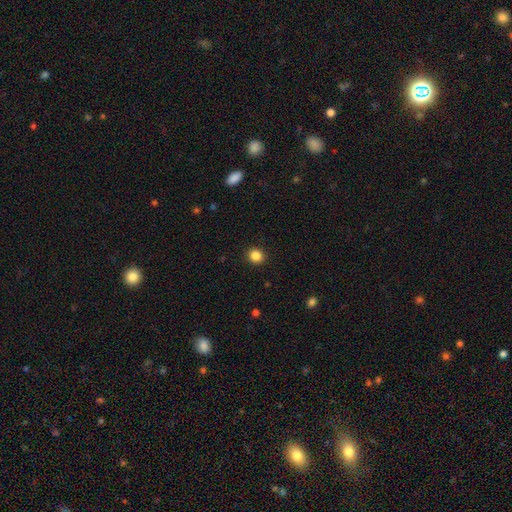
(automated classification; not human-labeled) Smooth or featured?
  - smooth: 85% *
  - star or artifact: 11%
  - featured or disk: 4%
How rounded?
  - round: 86% *
  - in between: 13%
  - cigar-shaped: 1%
Merging?
  - none: 92% *
  - minor disturbance: 5%
  - major disturbance: 2%
  - merger: 1%